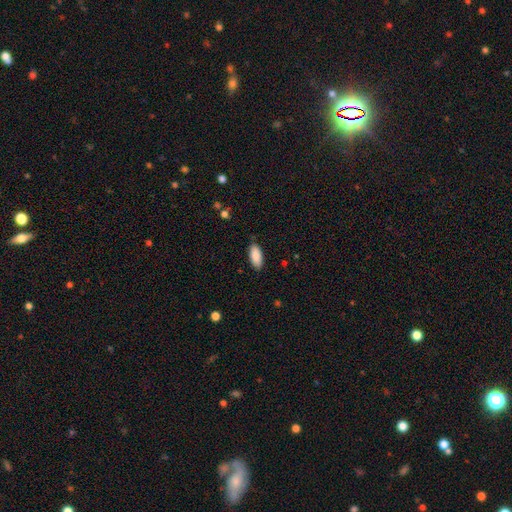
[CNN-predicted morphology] A smooth galaxy with no disk features (90%) that is in between round and cigar-shaped (87%). Merging: none (86%).